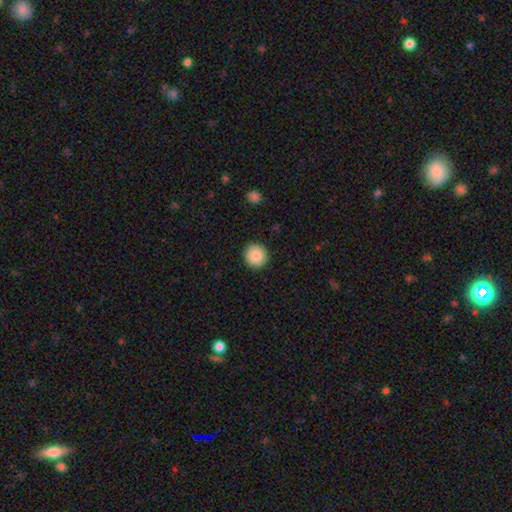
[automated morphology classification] smooth-or-featured: smooth: 88% | star or artifact: 8% | featured or disk: 4%
  how-rounded: round: 93% | in between: 6% | cigar-shaped: 1%
  merging: none: 92% | minor disturbance: 5% | major disturbance: 2% | merger: 1%